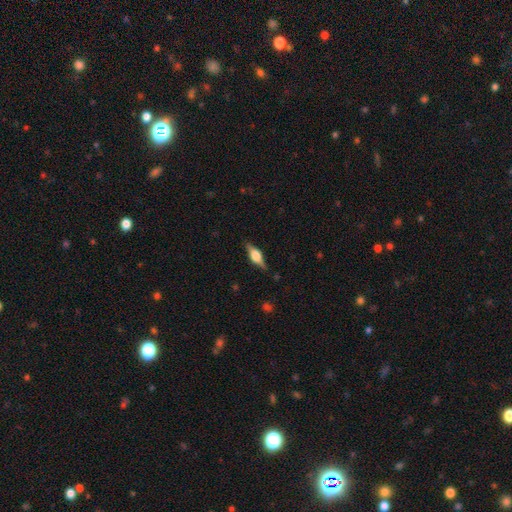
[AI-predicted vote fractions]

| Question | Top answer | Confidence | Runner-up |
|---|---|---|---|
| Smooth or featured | featured or disk | 64% | smooth (29%) |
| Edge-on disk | yes | 96% | no (4%) |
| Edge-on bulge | rounded | 86% | boxy (12%) |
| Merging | none | 83% | minor disturbance (13%) |